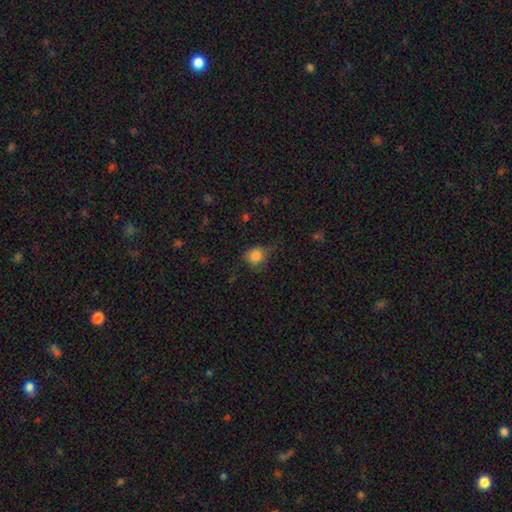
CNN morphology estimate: This is clearly a smooth galaxy (83%). How rounded: likely round (73%). Merging: possibly none (56%).